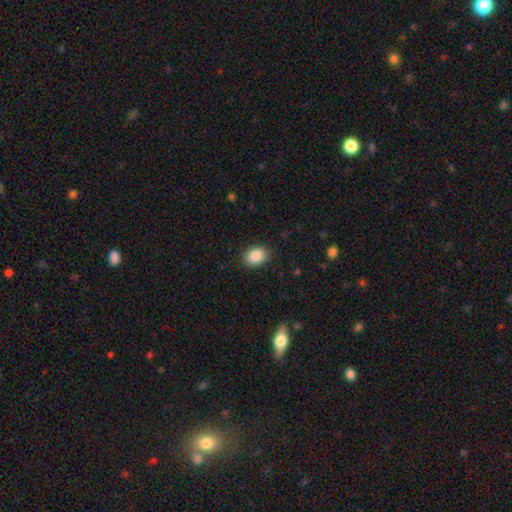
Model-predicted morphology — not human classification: Smooth or featured? Predicted: smooth (p=0.89). How rounded? Predicted: in between (p=0.71). Merging? Predicted: none (p=0.87).